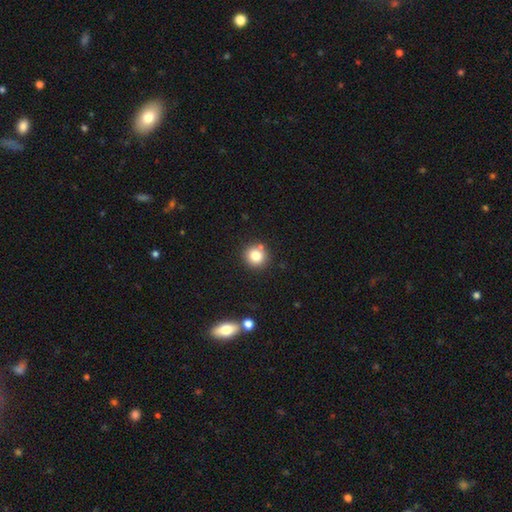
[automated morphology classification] Q: Smooth or featured?
A: smooth (80%); runner-up: star or artifact (12%)
Q: How rounded?
A: round (91%); runner-up: in between (8%)
Q: Merging?
A: none (80%); runner-up: merger (9%)